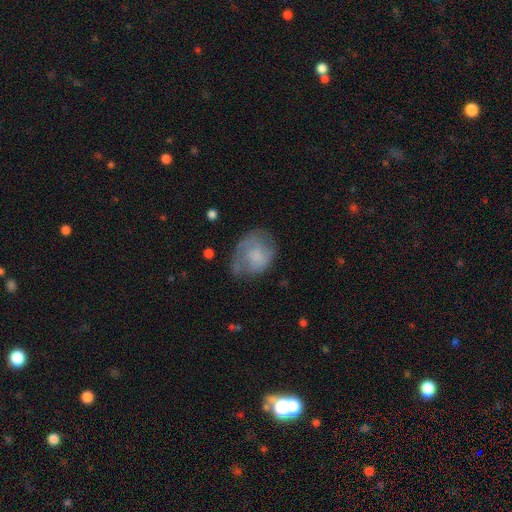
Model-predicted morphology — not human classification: A smooth galaxy with no disk features (51%) that is in between round and cigar-shaped (58%).

Vote fractions:
- Smooth or featured? smooth: 51% / featured or disk: 41% / star or artifact: 8%
- How rounded? in between: 58% / round: 41% / cigar-shaped: 1%
- Merging? none: 50% / minor disturbance: 29% / major disturbance: 19% / merger: 2%